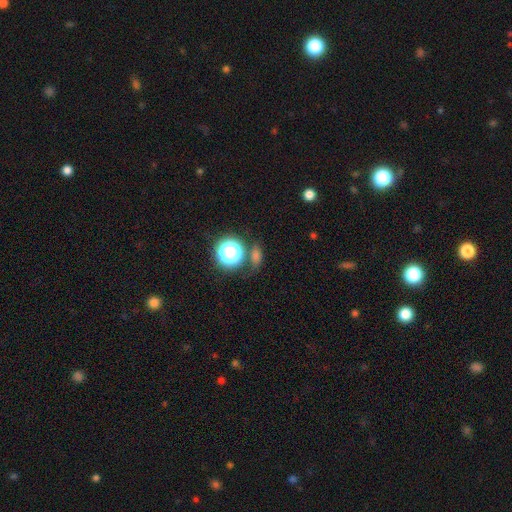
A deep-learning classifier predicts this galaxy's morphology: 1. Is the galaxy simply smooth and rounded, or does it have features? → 63% smooth, 27% star or artifact, 10% featured or disk.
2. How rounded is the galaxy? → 48% round, 45% in between, 8% cigar-shaped.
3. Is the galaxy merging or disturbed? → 67% none, 14% minor disturbance, 11% merger, 7% major disturbance.